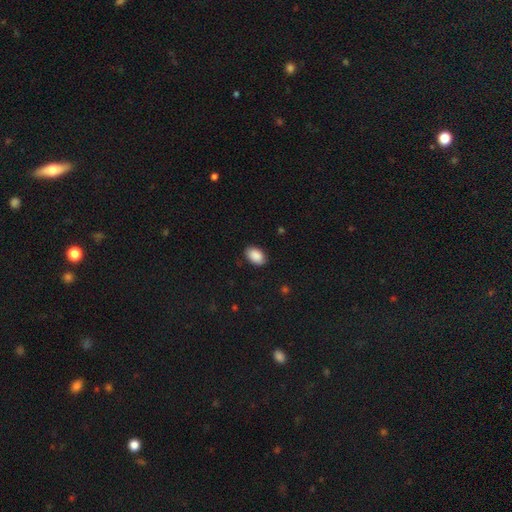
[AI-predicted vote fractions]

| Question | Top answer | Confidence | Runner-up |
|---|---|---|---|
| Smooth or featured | smooth | 90% | star or artifact (6%) |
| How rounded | in between | 91% | round (8%) |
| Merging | none | 86% | minor disturbance (10%) |